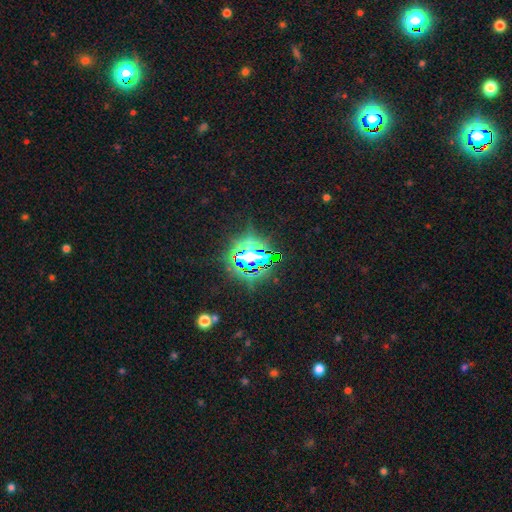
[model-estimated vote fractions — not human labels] Smooth or featured? star or artifact (71%)